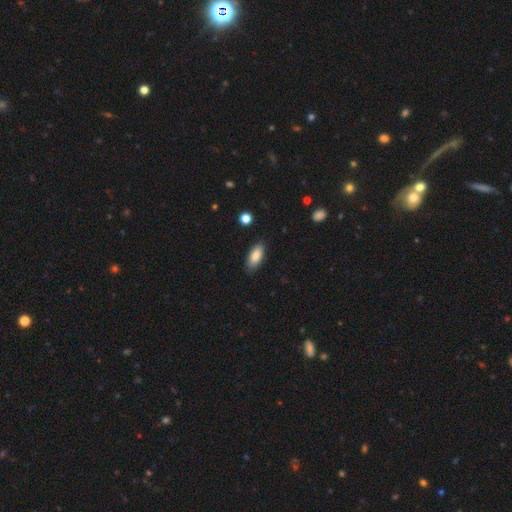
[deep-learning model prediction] A smooth galaxy with no disk features (84%) that is in between round and cigar-shaped (83%).

Vote fractions:
- Smooth or featured? smooth: 84% / featured or disk: 9% / star or artifact: 7%
- How rounded? in between: 83% / cigar-shaped: 15% / round: 2%
- Merging? none: 85% / minor disturbance: 11% / major disturbance: 2% / merger: 1%